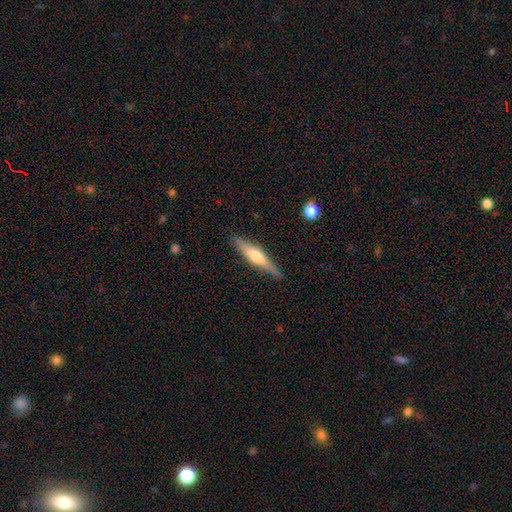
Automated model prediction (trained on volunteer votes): A featured or disk galaxy (60%) viewed edge-on (96%) with a rounded central bulge (85%).

Vote fractions:
- Smooth or featured? featured or disk: 60% / smooth: 34% / star or artifact: 6%
- Edge-on disk? yes: 96% / no: 4%
- Edge-on bulge? rounded: 85% / boxy: 9% / none: 5%
- Merging? none: 87% / minor disturbance: 10% / major disturbance: 2% / merger: 1%